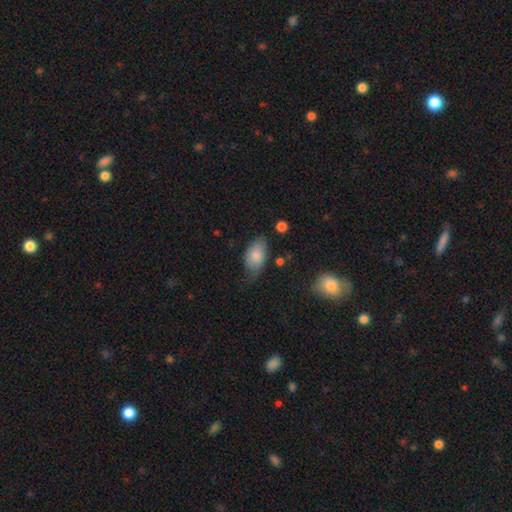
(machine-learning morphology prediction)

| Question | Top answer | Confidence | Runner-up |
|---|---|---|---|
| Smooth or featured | smooth | 81% | featured or disk (13%) |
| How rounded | in between | 93% | round (5%) |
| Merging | none | 52% | minor disturbance (34%) |